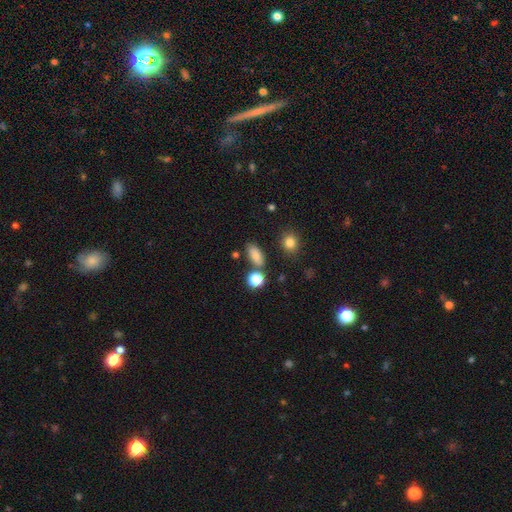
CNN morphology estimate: A smooth galaxy with no disk features (82%) that is in between round and cigar-shaped (81%). Merging: none (76%).